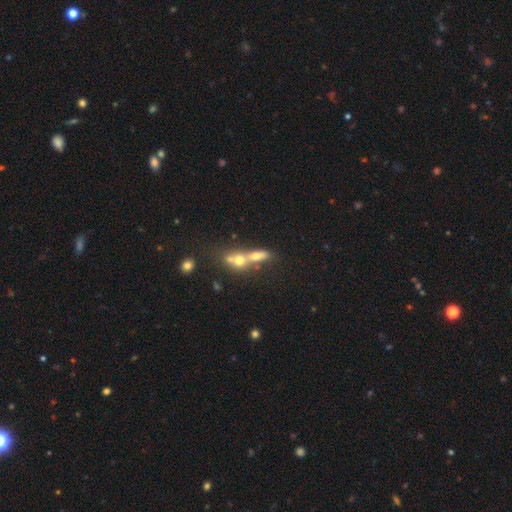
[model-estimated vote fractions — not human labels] smooth_or_featured: smooth (p=0.59) [alt: featured or disk p=0.29]
how_rounded: in between (p=0.49) [alt: round p=0.34]
merging: merger (p=0.69) [alt: none p=0.20]